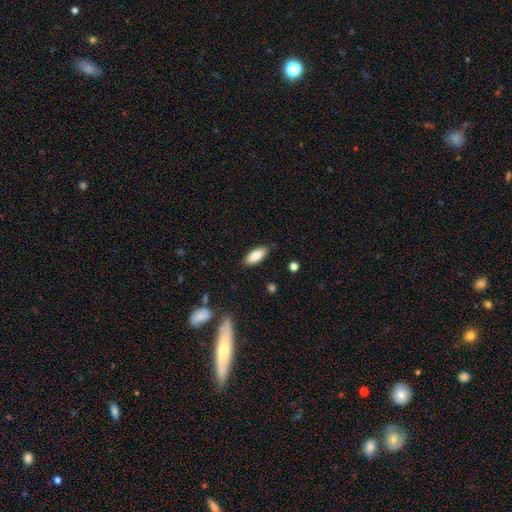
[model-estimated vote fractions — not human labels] Smooth or featured? Predicted: smooth (p=0.87). How rounded? Predicted: in between (p=0.81). Merging? Predicted: none (p=0.86).